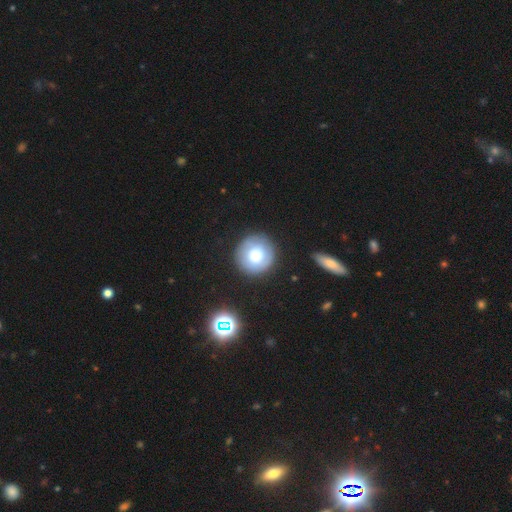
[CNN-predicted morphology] type=smooth (68%); roundness=round (94%); merging=none (84%).